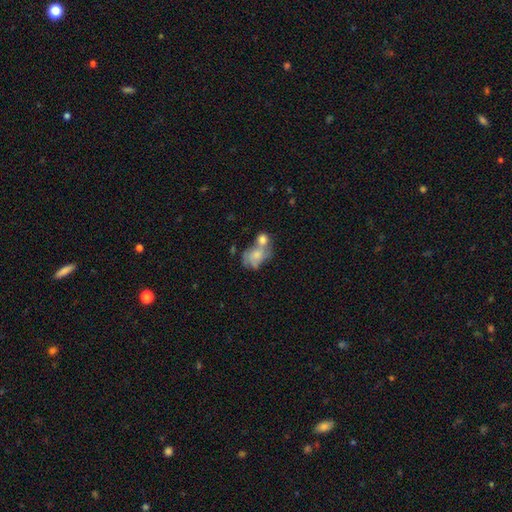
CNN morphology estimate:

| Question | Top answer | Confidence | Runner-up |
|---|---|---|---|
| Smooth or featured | smooth | 52% | featured or disk (40%) |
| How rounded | in between | 70% | round (29%) |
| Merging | merger | 53% | none (22%) |